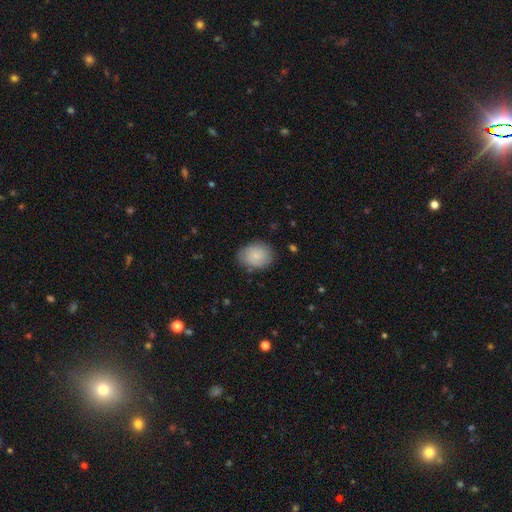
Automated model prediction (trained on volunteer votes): A smooth galaxy with no disk features (78%) that is in between round and cigar-shaped (58%). Merging: none (77%).